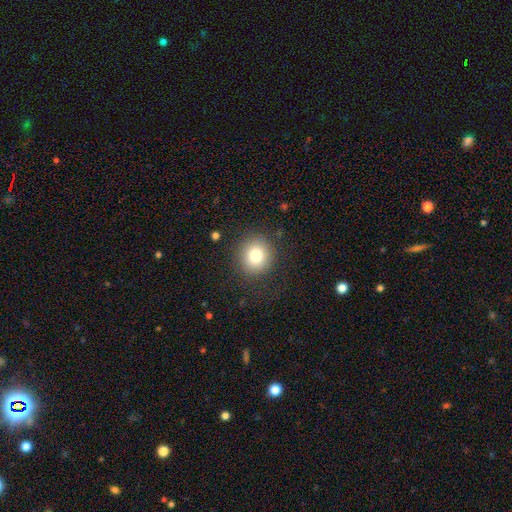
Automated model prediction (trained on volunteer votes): This is likely a smooth galaxy (79%). How rounded: clearly round (89%). Merging: clearly none (87%).